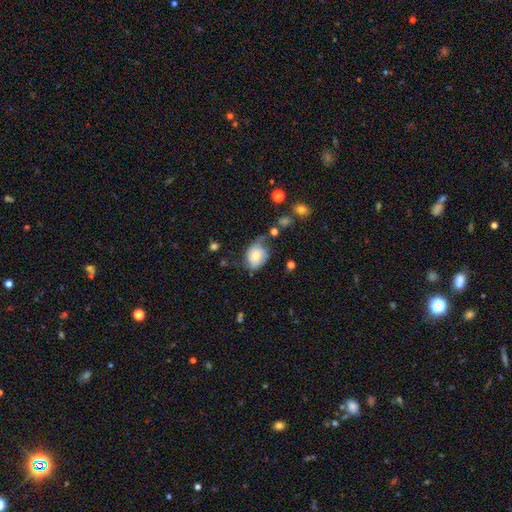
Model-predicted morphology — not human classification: Overall: smooth (53%; featured or disk 39%). How rounded: round (50%; in between 49%). Merging: none (42%; minor disturbance 35%).